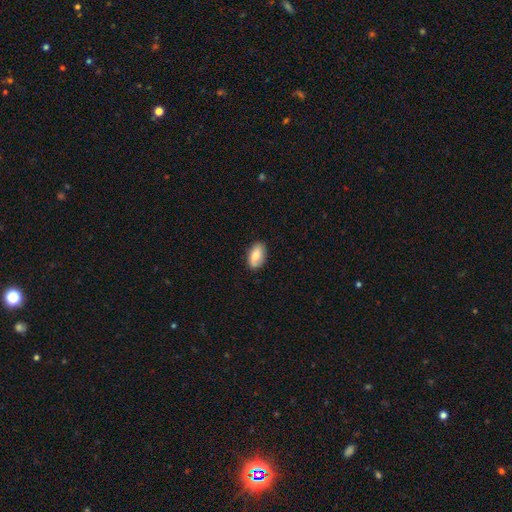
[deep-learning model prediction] smooth-or-featured: smooth: 77% | featured or disk: 17% | star or artifact: 7%
  how-rounded: in between: 93% | round: 4% | cigar-shaped: 3%
  merging: none: 80% | minor disturbance: 16% | major disturbance: 3% | merger: 1%